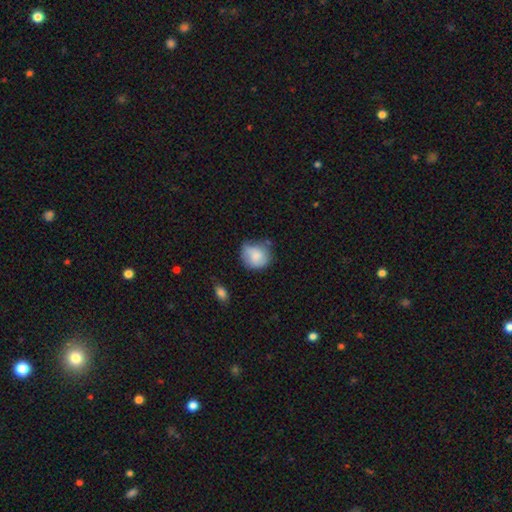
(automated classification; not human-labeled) Morphology: type=smooth (75%); roundness=round (77%); merging=none (51%).